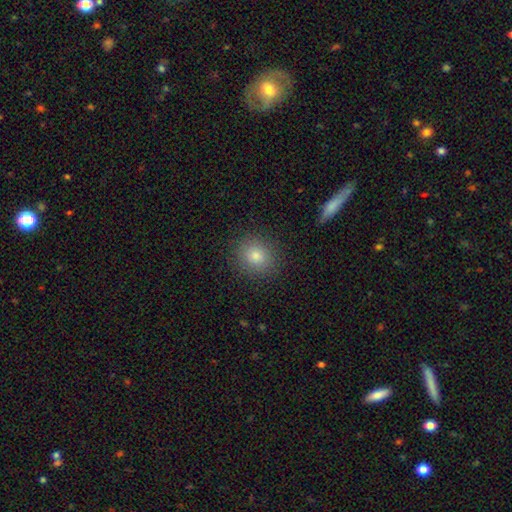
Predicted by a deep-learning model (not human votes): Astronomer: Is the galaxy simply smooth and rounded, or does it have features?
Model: smooth — 82%.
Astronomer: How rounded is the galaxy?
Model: round — 81%.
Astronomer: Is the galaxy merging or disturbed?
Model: none — 90%.